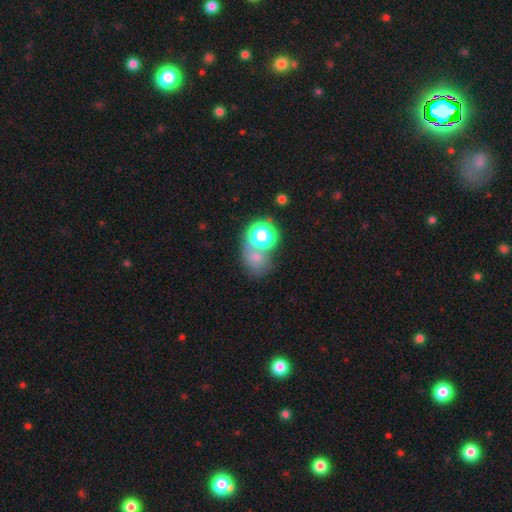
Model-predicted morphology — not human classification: The model was most divided on "merging": none: 41%, merger: 37%, minor disturbance: 12%, major disturbance: 10%. More confident: how rounded — round (63%); smooth or featured — smooth (61%).